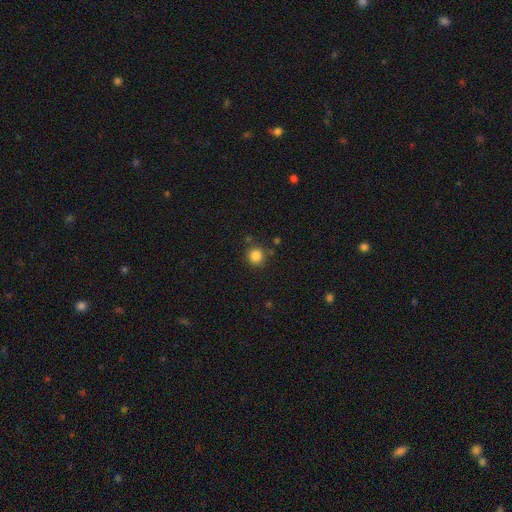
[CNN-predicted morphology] Smooth or featured?
  - smooth: 84% *
  - star or artifact: 12%
  - featured or disk: 4%
How rounded?
  - round: 94% *
  - in between: 5%
  - cigar-shaped: 1%
Merging?
  - none: 85% *
  - minor disturbance: 8%
  - merger: 4%
  - major disturbance: 3%